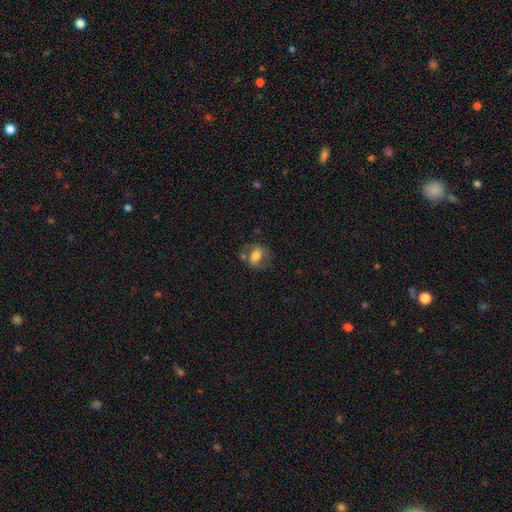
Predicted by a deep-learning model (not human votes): smooth 56%, featured or disk 35%, star or artifact 9%. Down the decision tree: how rounded — in between (70%); merging — none (49%).